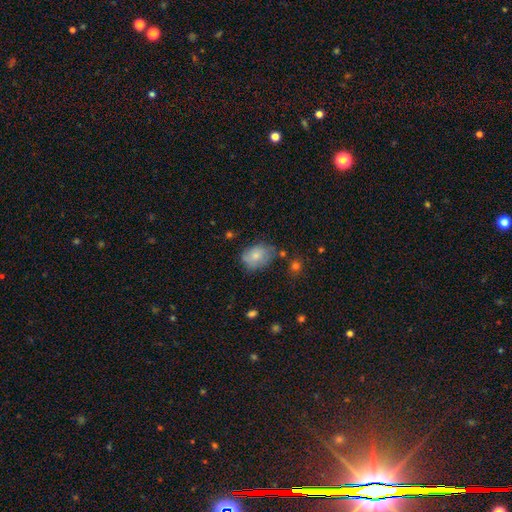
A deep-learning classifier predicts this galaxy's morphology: Overall: smooth (76%). How rounded: in between (70%). Merging: none (57%; minor disturbance 29%).